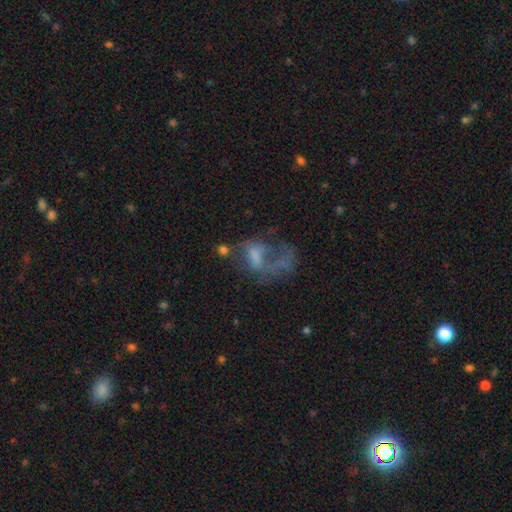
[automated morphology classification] A featured or disk galaxy (53%) with no bar (66%), no spiral arms (64%) and no central bulge (40%). Merging: major disturbance (48%).